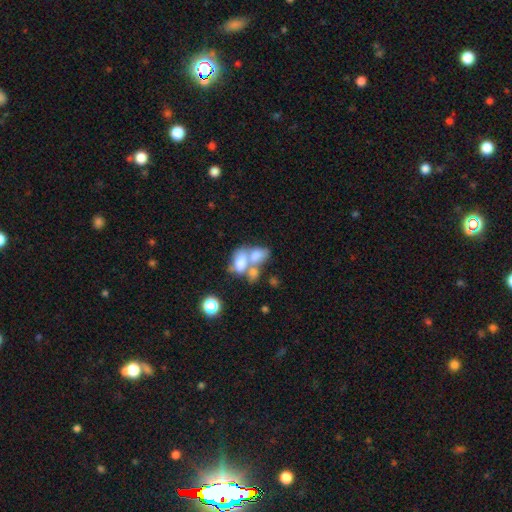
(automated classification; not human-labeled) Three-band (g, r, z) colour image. It shows a smooth galaxy with no disk features (64%) that is in between round and cigar-shaped (88%). Merging: merger (68%).